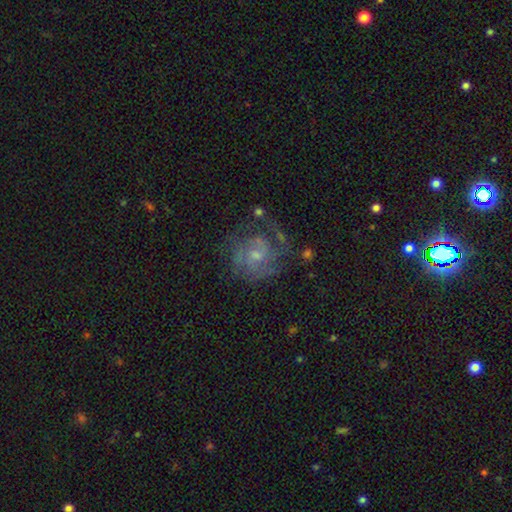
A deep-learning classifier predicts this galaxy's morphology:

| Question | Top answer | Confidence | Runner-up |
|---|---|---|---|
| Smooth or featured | featured or disk | 72% | smooth (19%) |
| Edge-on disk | no | 98% | yes (2%) |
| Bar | no | 64% | weak (32%) |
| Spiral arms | yes | 83% | no (17%) |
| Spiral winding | tight | 44% | medium (40%) |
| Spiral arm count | can't tell | 37% | 2 (26%) |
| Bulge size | small | 55% | moderate (35%) |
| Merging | none | 51% | major disturbance (25%) |